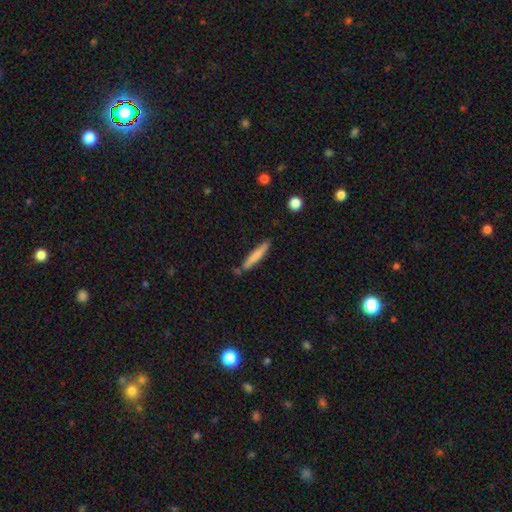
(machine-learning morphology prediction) smooth 74%, featured or disk 21%, star or artifact 5%. Down the decision tree: how rounded — cigar-shaped (94%); merging — none (79%).